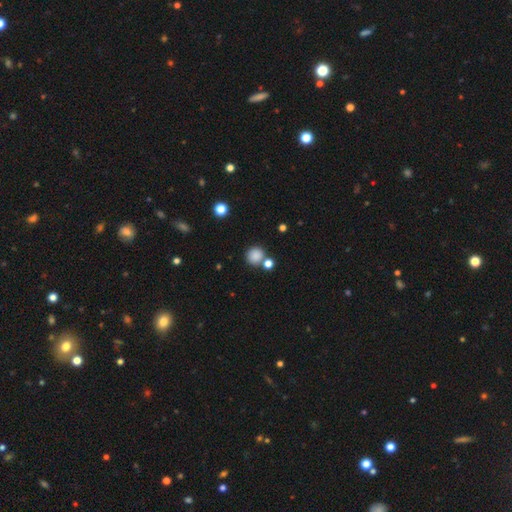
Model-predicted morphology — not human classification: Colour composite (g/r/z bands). It shows a smooth galaxy with no disk features (85%) that is round (90%). Merging: none (71%).